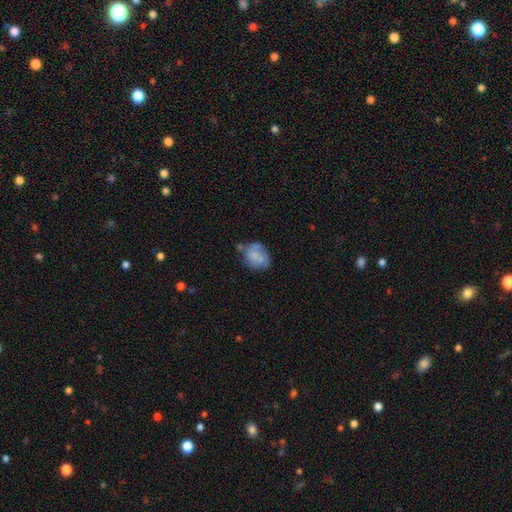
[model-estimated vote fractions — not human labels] Smooth or featured: smooth — 57% (featured or disk — 35%)
How rounded: round — 53% (in between — 46%)
Merging: none — 45% (minor disturbance — 29%)